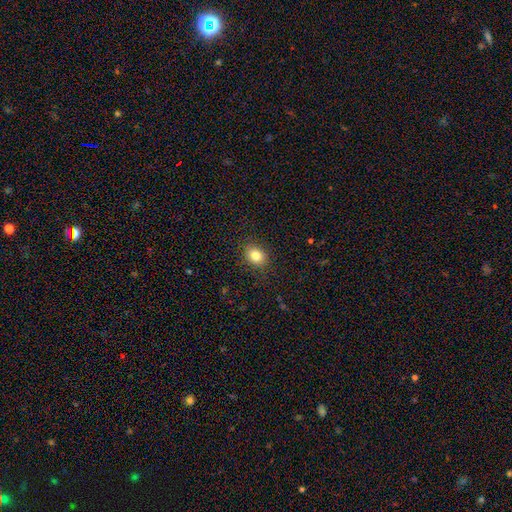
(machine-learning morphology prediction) Q: Smooth or featured?
A: smooth (84%); runner-up: star or artifact (10%)
Q: How rounded?
A: in between (57%); runner-up: round (42%)
Q: Merging?
A: none (87%); runner-up: minor disturbance (9%)